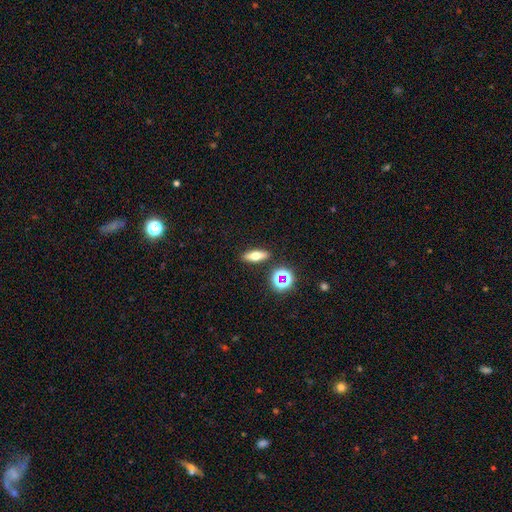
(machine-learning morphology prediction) This appears to be a smooth galaxy with no disk features (54%) that is in between round and cigar-shaped (49%). Merging: none (88%).